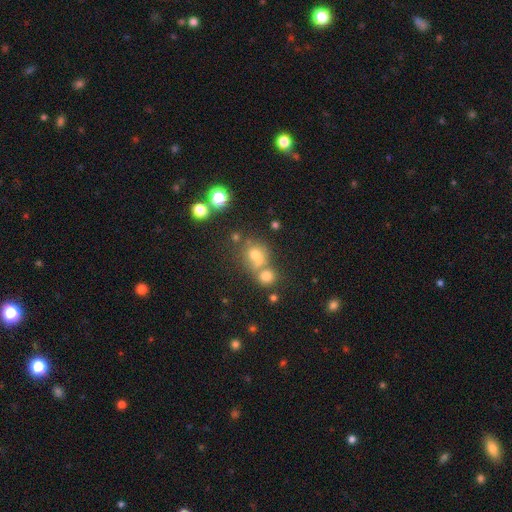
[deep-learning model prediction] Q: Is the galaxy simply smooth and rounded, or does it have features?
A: smooth — 65%.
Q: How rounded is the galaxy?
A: round — 75%.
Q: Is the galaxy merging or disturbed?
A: none — 46%.